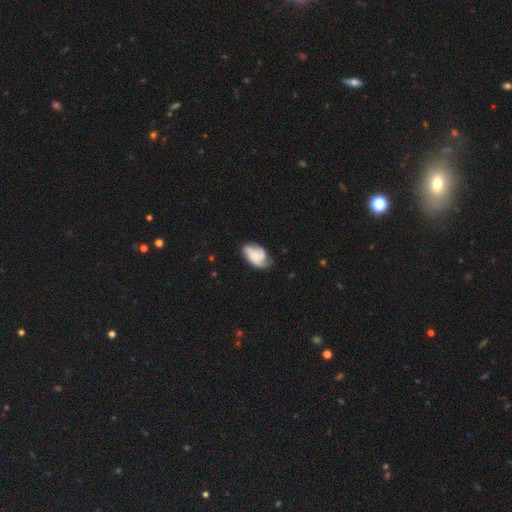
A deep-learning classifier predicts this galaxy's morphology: This is likely a featured or disk galaxy (62%). It is clearly not viewed edge-on (97%). Bar: likely no (69%). Spiral arm pattern: clearly yes (93%). Spiral arm count: possibly 3 (45%). Spiral winding: marginally medium (42%). Central bulge: marginally none (40%). Merging: likely none (63%).